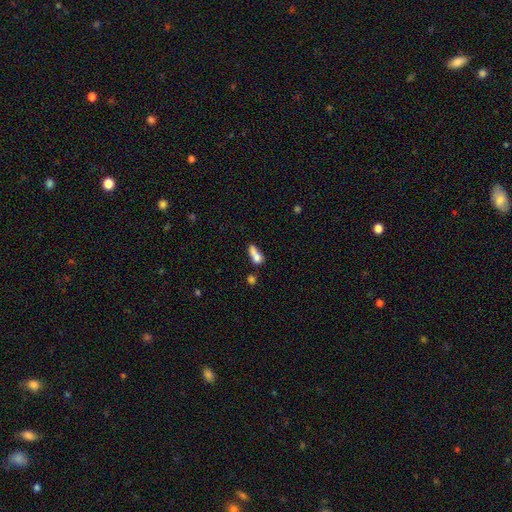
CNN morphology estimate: type=smooth (70%); roundness=in between (59%); merging=merger (51%).